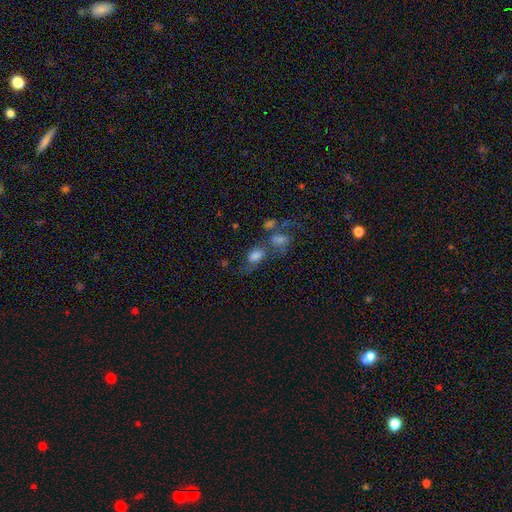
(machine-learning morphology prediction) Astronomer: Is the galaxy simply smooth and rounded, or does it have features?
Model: smooth — 67%.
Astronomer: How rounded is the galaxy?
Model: in between — 80%.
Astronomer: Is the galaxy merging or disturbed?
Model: merger — 43% (runner-up: none, 27%).